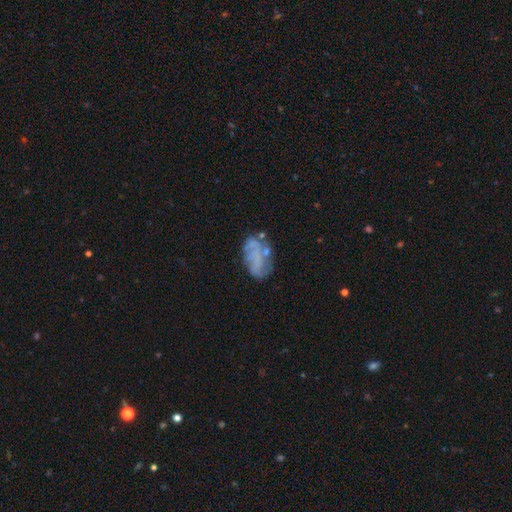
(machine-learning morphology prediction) This is possibly a featured or disk galaxy (57%). It is clearly not viewed edge-on (97%). Bar: likely no (74%). Spiral arm pattern: possibly no (51%). Central bulge: likely none (75%). Merging: possibly none (50%).